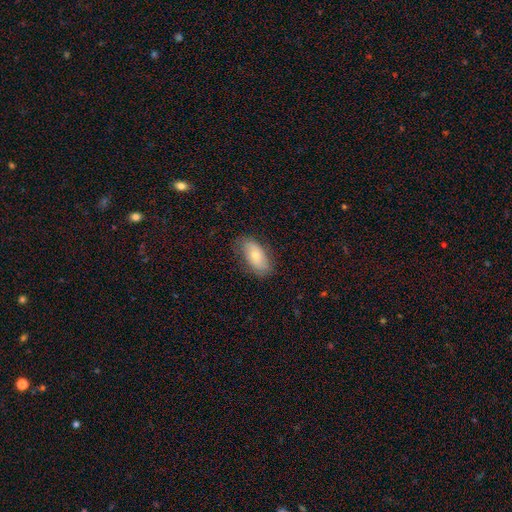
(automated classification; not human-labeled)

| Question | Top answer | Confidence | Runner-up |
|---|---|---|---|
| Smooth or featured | smooth | 64% | featured or disk (29%) |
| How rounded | in between | 91% | cigar-shaped (5%) |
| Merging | none | 75% | minor disturbance (19%) |